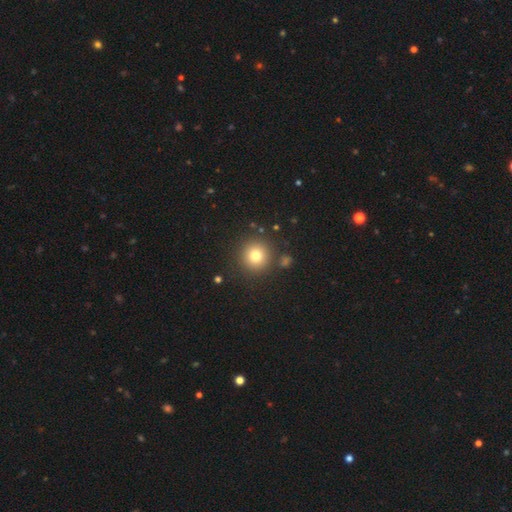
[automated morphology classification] smooth_or_featured: smooth (p=0.79) [alt: star or artifact p=0.13]
how_rounded: round (p=0.94) [alt: in between p=0.05]
merging: none (p=0.87) [alt: minor disturbance p=0.07]